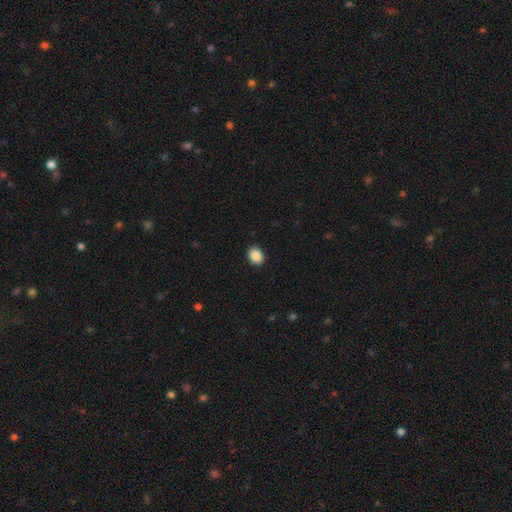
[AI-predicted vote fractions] smooth 89%, star or artifact 8%, featured or disk 3%. Down the decision tree: how rounded — in between (54%); merging — none (91%).